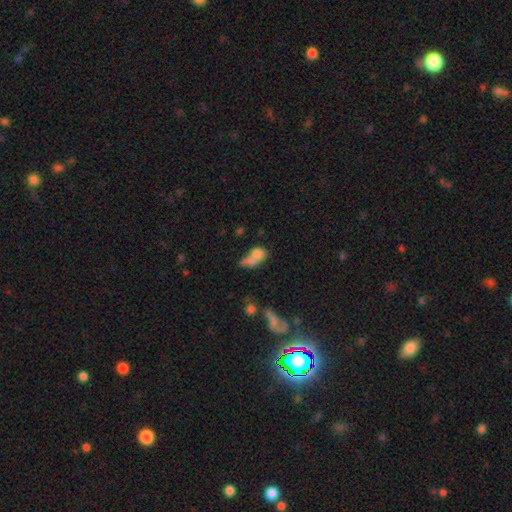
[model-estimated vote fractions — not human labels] Overall: smooth (70%). How rounded: in between (61%; round 32%). Merging: merger (52%; none 23%).